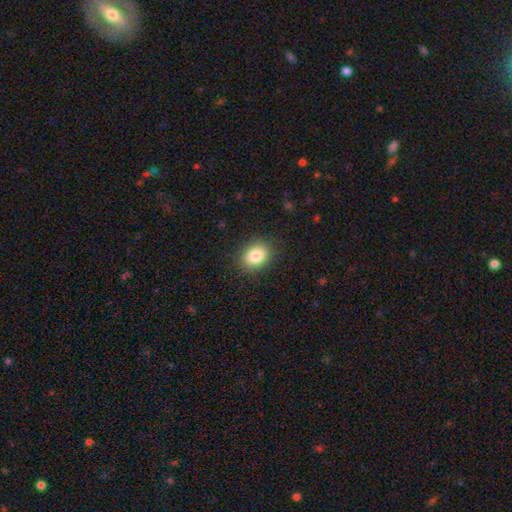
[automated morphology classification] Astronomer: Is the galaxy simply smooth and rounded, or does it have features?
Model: smooth — 84%.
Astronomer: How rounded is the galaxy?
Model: in between — 52% (runner-up: round, 48%).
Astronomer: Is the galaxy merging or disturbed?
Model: none — 87%.